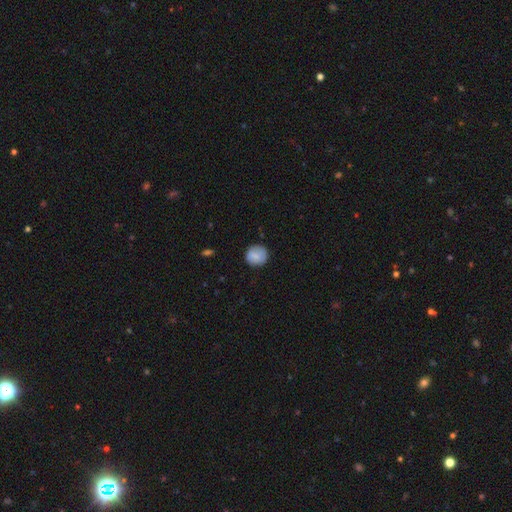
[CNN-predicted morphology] Smooth or featured? Predicted: smooth (p=0.84). How rounded? Predicted: round (p=0.90). Merging? Predicted: none (p=0.84).